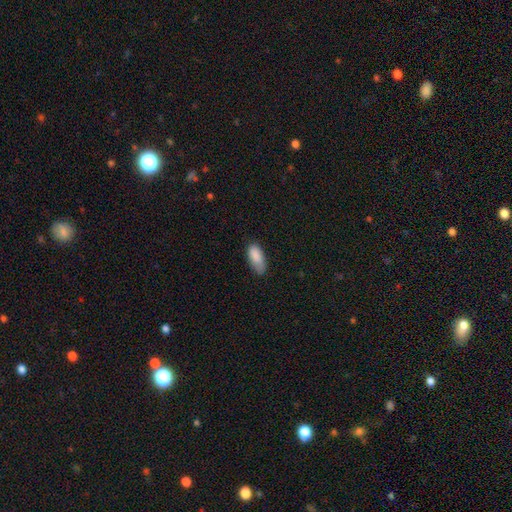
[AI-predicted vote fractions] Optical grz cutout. It shows a smooth galaxy with no disk features (87%) that is in between round and cigar-shaped (88%). Merging: none (61%).